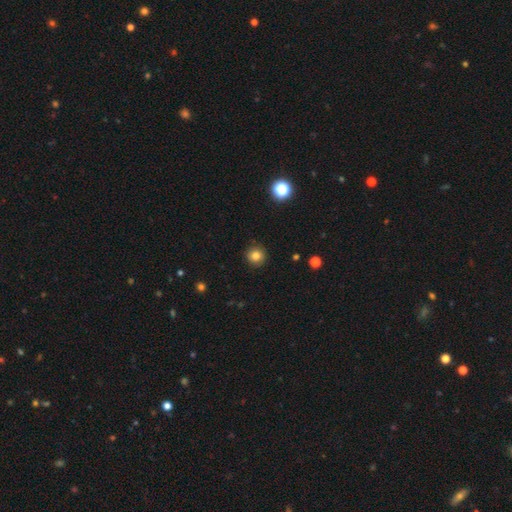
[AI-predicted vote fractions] Q: Smooth or featured?
A: smooth (81%); runner-up: star or artifact (12%)
Q: How rounded?
A: round (94%); runner-up: in between (5%)
Q: Merging?
A: none (90%); runner-up: minor disturbance (7%)